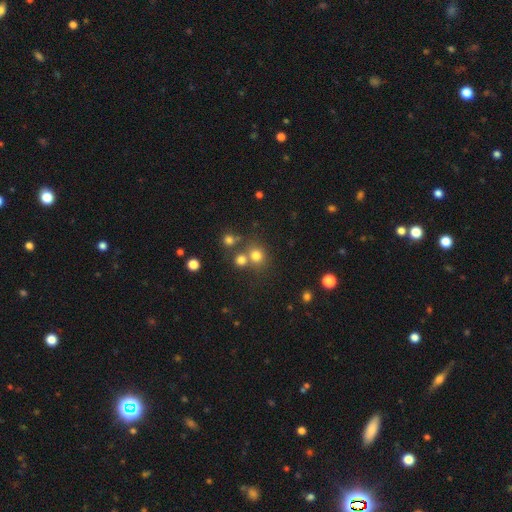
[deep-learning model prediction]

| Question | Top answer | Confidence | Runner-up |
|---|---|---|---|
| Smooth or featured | smooth | 75% | star or artifact (17%) |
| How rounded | round | 84% | in between (15%) |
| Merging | none | 62% | merger (25%) |